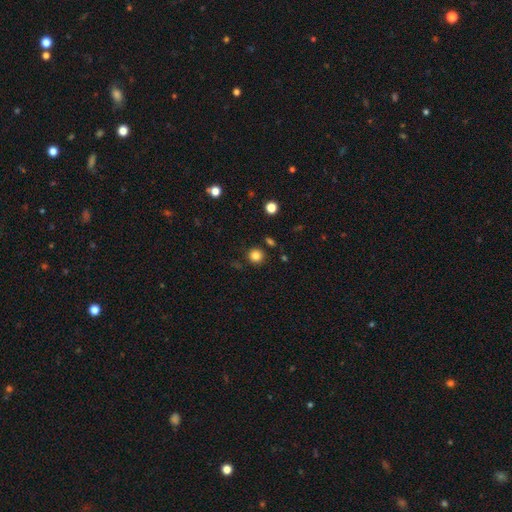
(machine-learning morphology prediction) type=smooth (83%); roundness=round (93%); merging=none (87%).